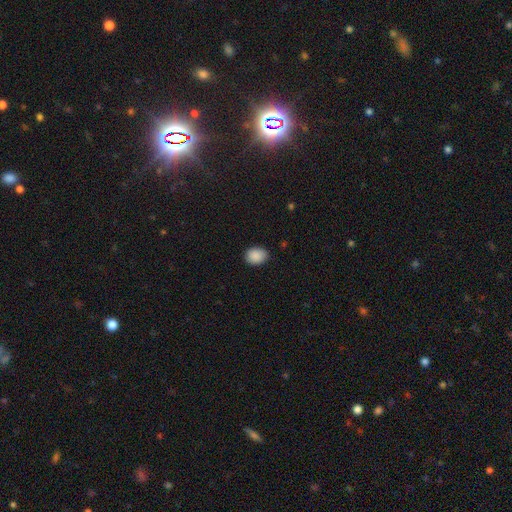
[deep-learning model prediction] A smooth galaxy with no disk features (89%) that is in between round and cigar-shaped (64%). Merging: none (84%).